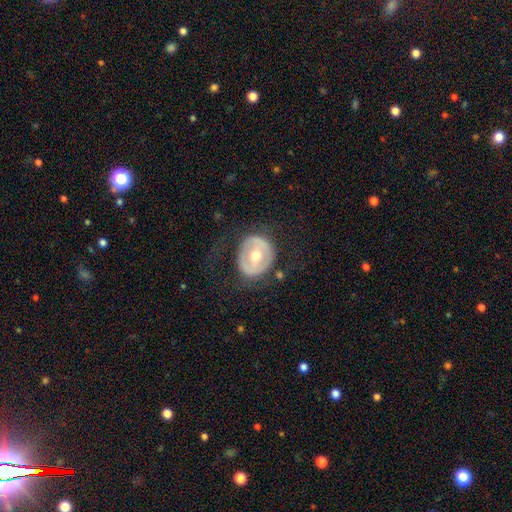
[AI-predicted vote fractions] featured or disk 59%, smooth 35%, star or artifact 6%. Down the decision tree: edge-on disk — no (95%); bar — no (39%); spiral arms — no (76%); bulge size — moderate (72%); merging — none (66%).